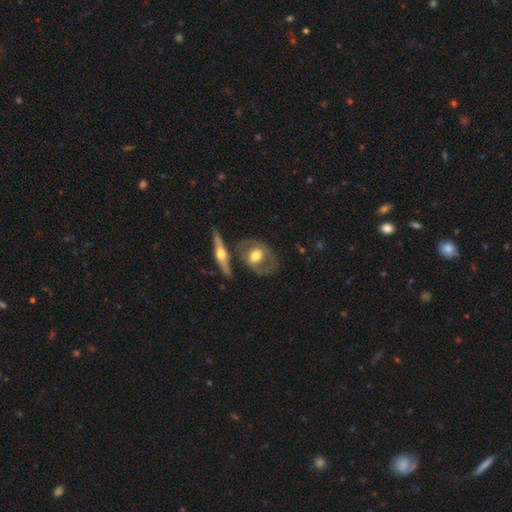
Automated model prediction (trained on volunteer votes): This is possibly a featured or disk galaxy (58%). It is likely not viewed edge-on (79%). Merging: possibly none (60%).